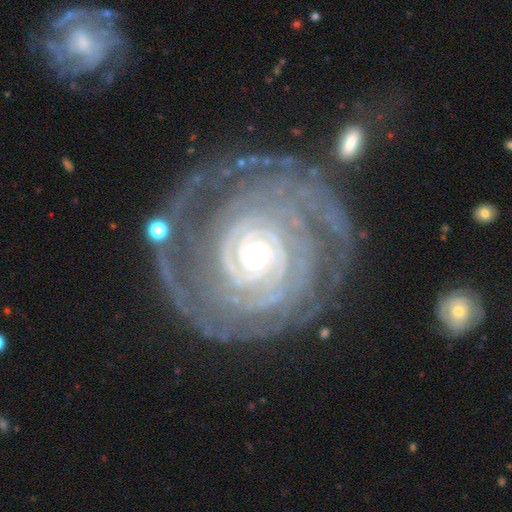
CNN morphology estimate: Smooth or featured? Predicted: featured or disk (p=0.92). Edge-on disk? Predicted: no (p=0.98). Bar? Predicted: no (p=0.70). Spiral arms? Predicted: yes (p=0.98). Spiral winding? Predicted: tight (p=0.85). Spiral arm count? Predicted: 2 (p=0.26). Bulge size? Predicted: small (p=0.64). Merging? Predicted: none (p=0.65).